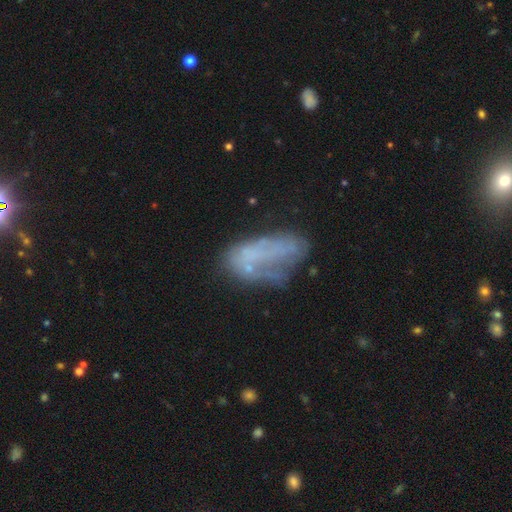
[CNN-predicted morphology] Smooth or featured? featured or disk (47%)
Merging? none (36%)